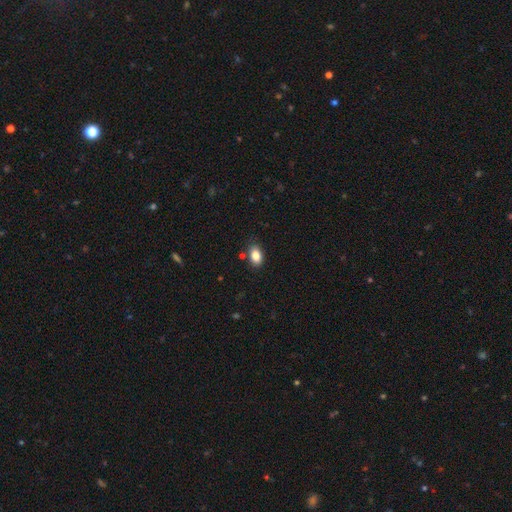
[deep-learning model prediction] A smooth galaxy with no disk features (84%) that is in between round and cigar-shaped (88%).

Vote fractions:
- Smooth or featured? smooth: 84% / star or artifact: 9% / featured or disk: 7%
- How rounded? in between: 88% / round: 11% / cigar-shaped: 2%
- Merging? none: 81% / minor disturbance: 13% / merger: 3% / major disturbance: 3%